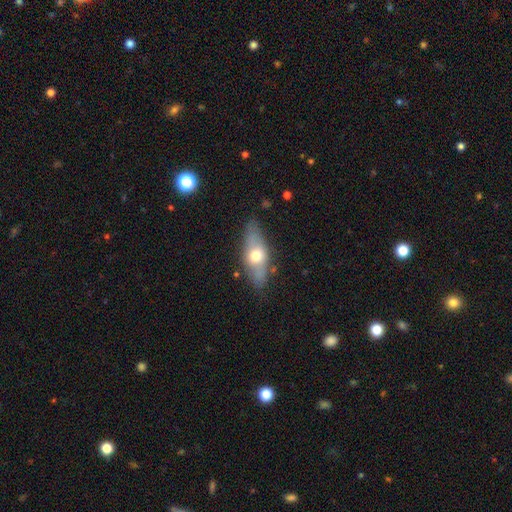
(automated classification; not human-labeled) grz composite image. It shows a smooth galaxy with no disk features (56%) that is in between round and cigar-shaped (69%). Merging: none (79%).